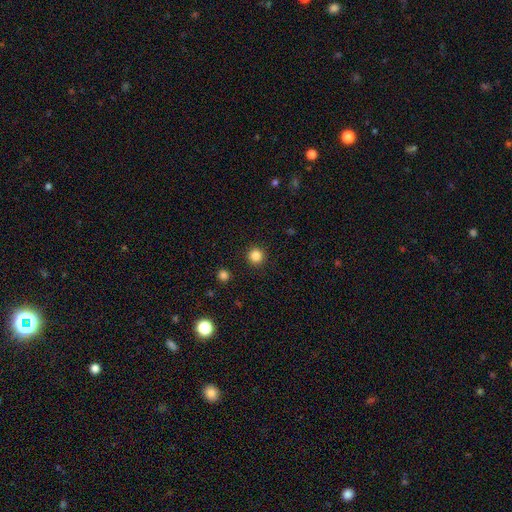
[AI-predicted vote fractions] smooth_or_featured: smooth (p=0.84) [alt: star or artifact p=0.12]
how_rounded: round (p=0.95) [alt: in between p=0.04]
merging: none (p=0.92) [alt: minor disturbance p=0.05]